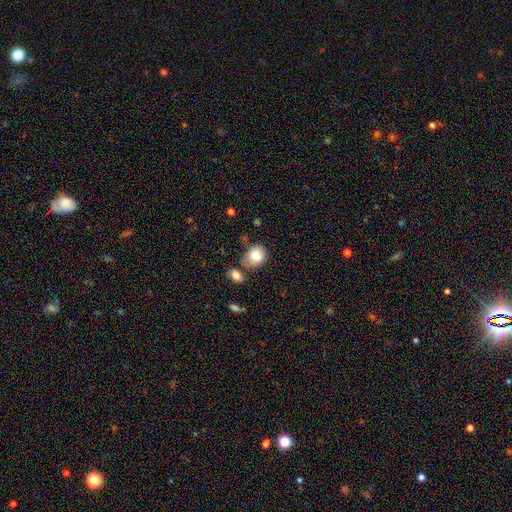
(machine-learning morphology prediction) smooth_or_featured: smooth (p=0.81) [alt: featured or disk p=0.10]
how_rounded: round (p=0.61) [alt: in between p=0.38]
merging: none (p=0.65) [alt: minor disturbance p=0.16]